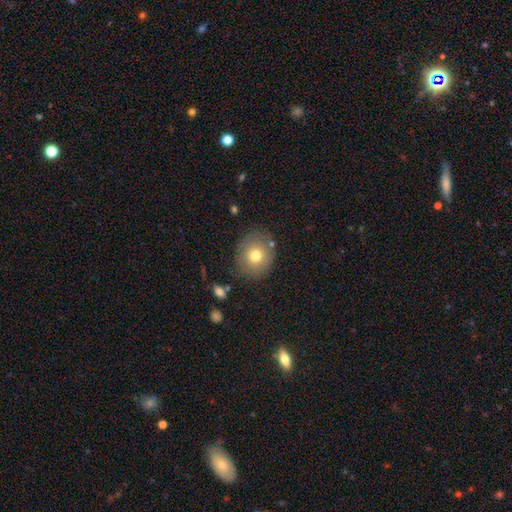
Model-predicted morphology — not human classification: A smooth galaxy with no disk features (74%) that is round (70%).

Vote fractions:
- Smooth or featured? smooth: 74% / featured or disk: 16% / star or artifact: 10%
- How rounded? round: 70% / in between: 29% / cigar-shaped: 1%
- Merging? none: 81% / minor disturbance: 12% / major disturbance: 4% / merger: 3%